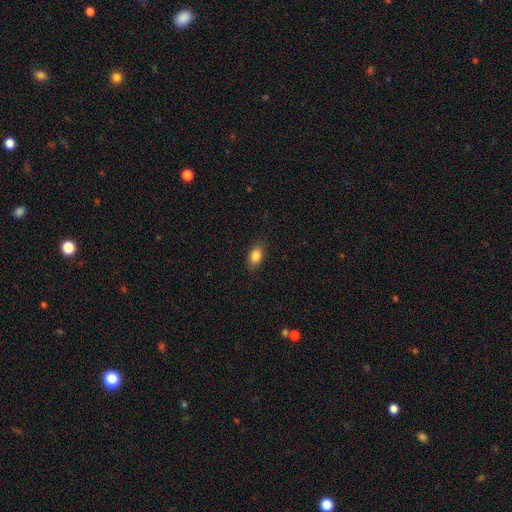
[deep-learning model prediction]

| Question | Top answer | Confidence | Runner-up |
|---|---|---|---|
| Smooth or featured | smooth | 84% | star or artifact (8%) |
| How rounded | in between | 84% | round (12%) |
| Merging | none | 85% | minor disturbance (12%) |